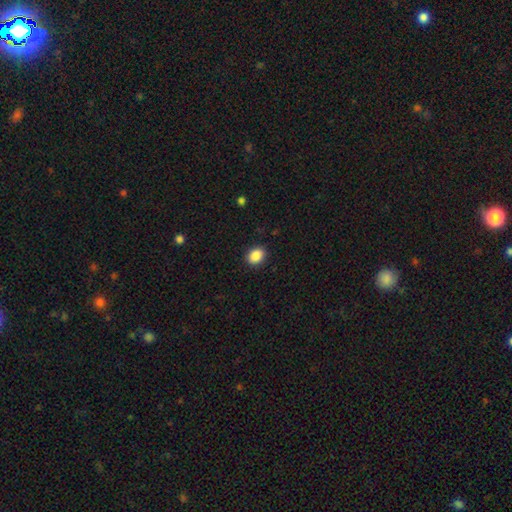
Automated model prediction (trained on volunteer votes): smooth-or-featured: smooth: 88% | star or artifact: 9% | featured or disk: 3%
  how-rounded: in between: 58% | round: 41% | cigar-shaped: 1%
  merging: none: 90% | minor disturbance: 7% | major disturbance: 2% | merger: 1%